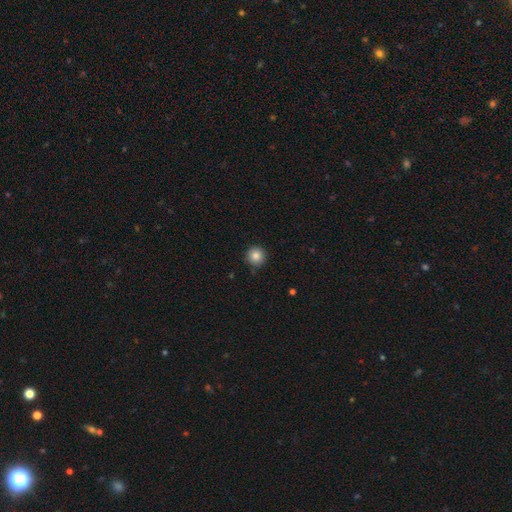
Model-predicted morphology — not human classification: This appears to be a smooth galaxy with no disk features (84%) that is round (95%). Merging: none (90%).